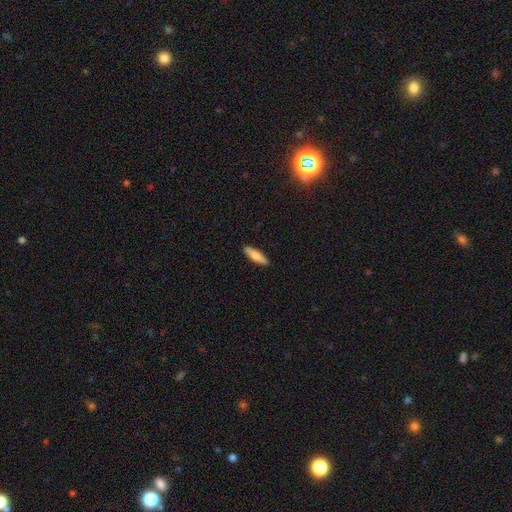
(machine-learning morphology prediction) Smooth or featured? Predicted: smooth (p=0.64). How rounded? Predicted: cigar-shaped (p=0.67). Merging? Predicted: none (p=0.90).